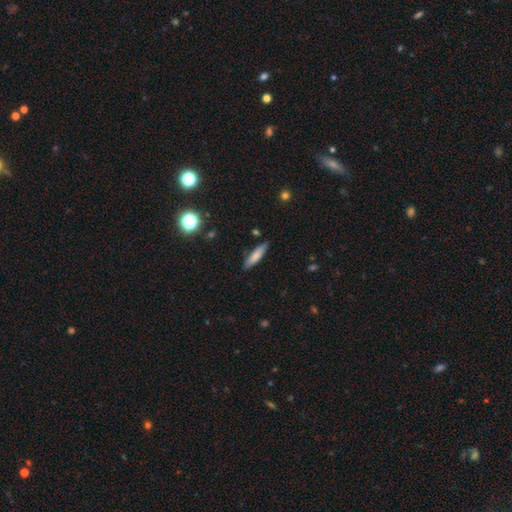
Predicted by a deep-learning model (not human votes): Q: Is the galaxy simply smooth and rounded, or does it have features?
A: smooth — 77%.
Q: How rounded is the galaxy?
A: cigar-shaped — 77%.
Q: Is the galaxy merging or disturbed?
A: none — 86%.